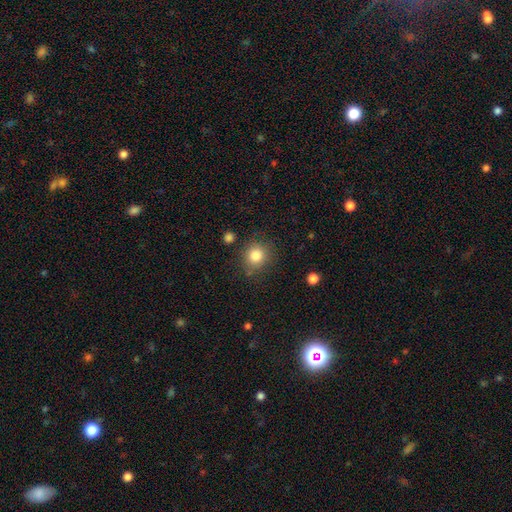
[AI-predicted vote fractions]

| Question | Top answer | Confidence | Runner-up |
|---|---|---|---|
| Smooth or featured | smooth | 82% | star or artifact (11%) |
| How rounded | round | 86% | in between (13%) |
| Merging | none | 82% | minor disturbance (11%) |